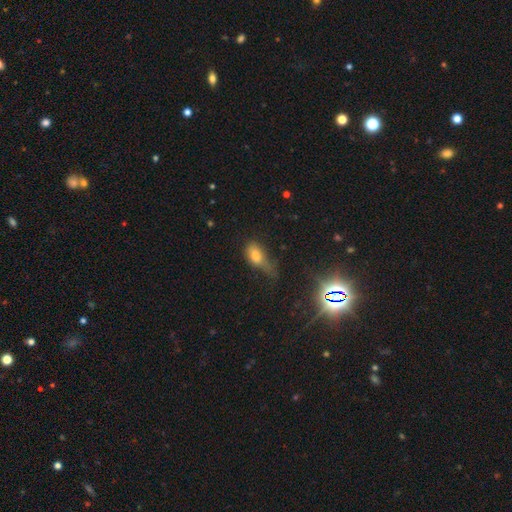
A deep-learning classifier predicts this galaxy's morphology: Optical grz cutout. It shows a smooth galaxy with no disk features (65%) that is in between round and cigar-shaped (79%). Merging: major disturbance (35%).